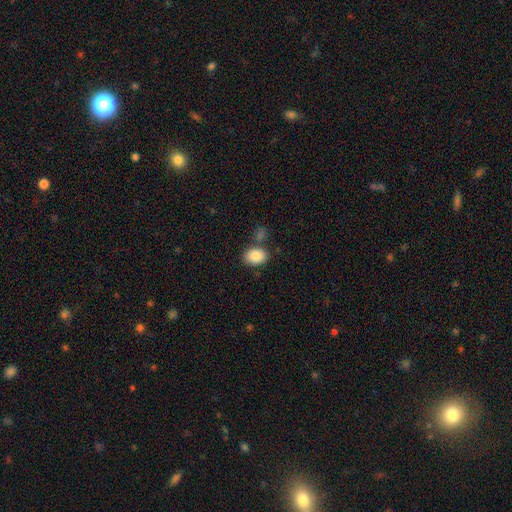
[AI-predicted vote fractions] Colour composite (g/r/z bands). It shows a smooth galaxy with no disk features (87%) that is in between round and cigar-shaped (74%). Merging: none (72%).